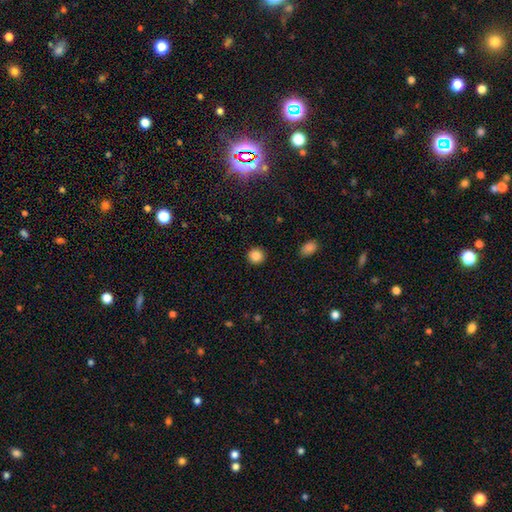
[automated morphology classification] This appears to be a smooth galaxy with no disk features (86%) that is round (92%). Merging: none (92%).